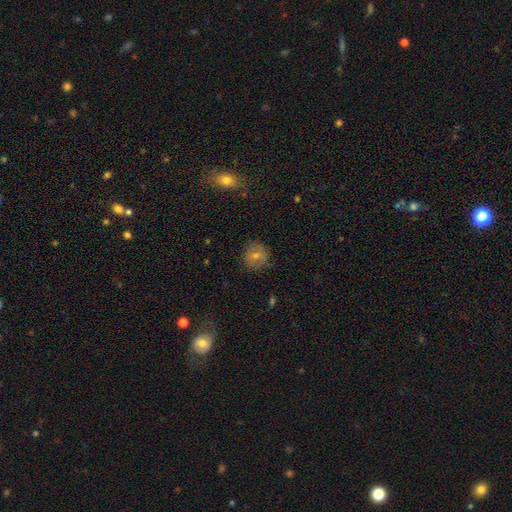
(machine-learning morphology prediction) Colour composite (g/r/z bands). It shows a smooth galaxy with no disk features (53%) that is round (87%). Merging: none (81%).